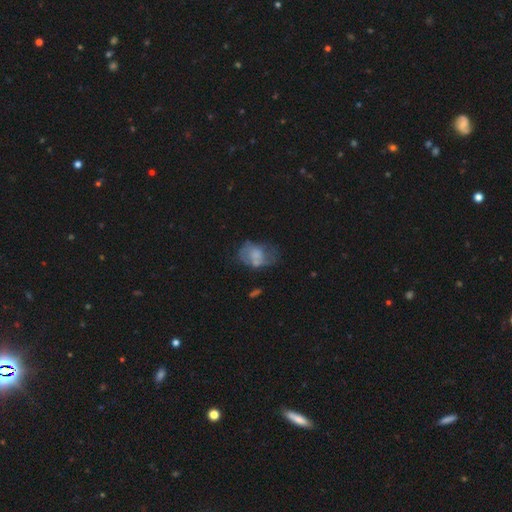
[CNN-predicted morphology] Smooth or featured: smooth — 52% (featured or disk — 39%)
How rounded: in between — 71% (round — 27%)
Merging: none — 32% (major disturbance — 28%)